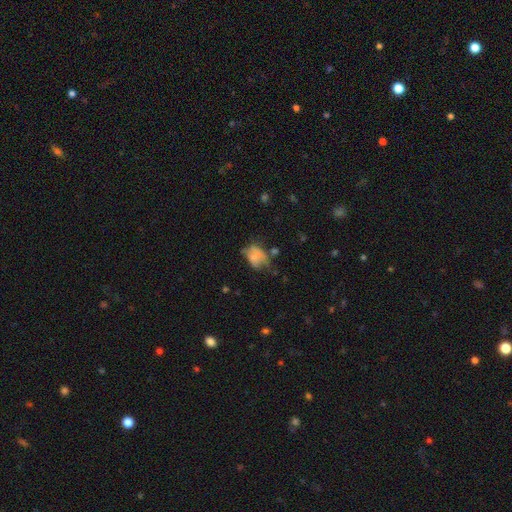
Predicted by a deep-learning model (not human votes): Smooth or featured: smooth — 62% (featured or disk — 27%)
How rounded: in between — 72% (round — 26%)
Merging: minor disturbance — 32% (major disturbance — 30%)